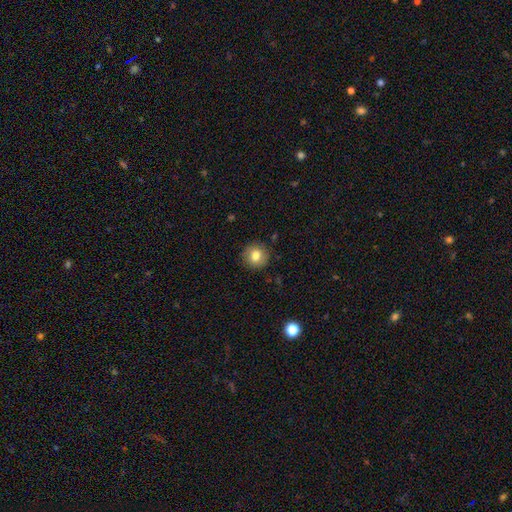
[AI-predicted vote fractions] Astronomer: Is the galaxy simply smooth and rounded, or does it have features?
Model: smooth — 80%.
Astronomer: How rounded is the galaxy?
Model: round — 90%.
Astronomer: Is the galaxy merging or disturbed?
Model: none — 88%.